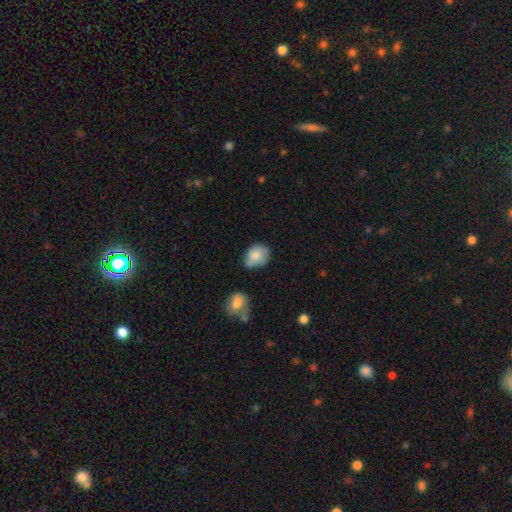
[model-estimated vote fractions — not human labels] The model was most divided on "merging": none: 53%, minor disturbance: 33%, major disturbance: 8%, merger: 7%. More confident: smooth or featured — smooth (82%); how rounded — in between (60%).